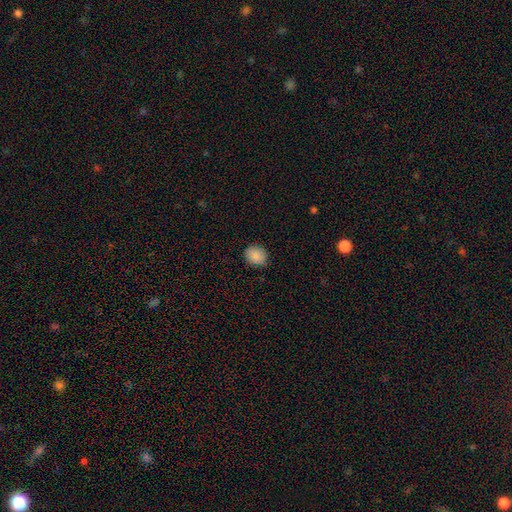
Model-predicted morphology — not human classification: The model was most divided on "how rounded": round: 63%, in between: 36%, cigar-shaped: 1%. More confident: smooth or featured — smooth (89%); merging — none (87%).